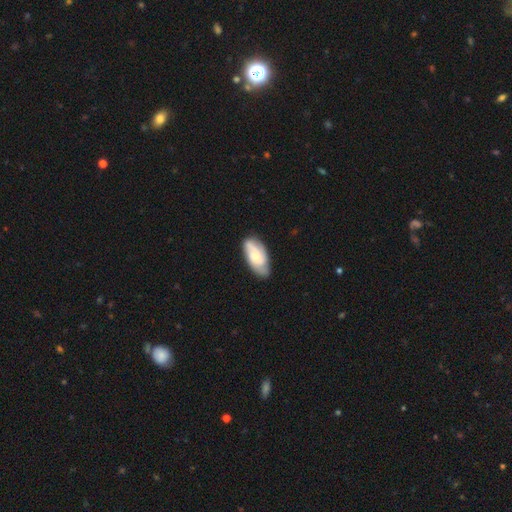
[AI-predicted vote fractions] smooth_or_featured: featured or disk (p=0.53) [alt: smooth p=0.41]
disk_edge_on: no (p=0.92) [alt: yes p=0.08]
merging: none (p=0.74) [alt: minor disturbance p=0.20]